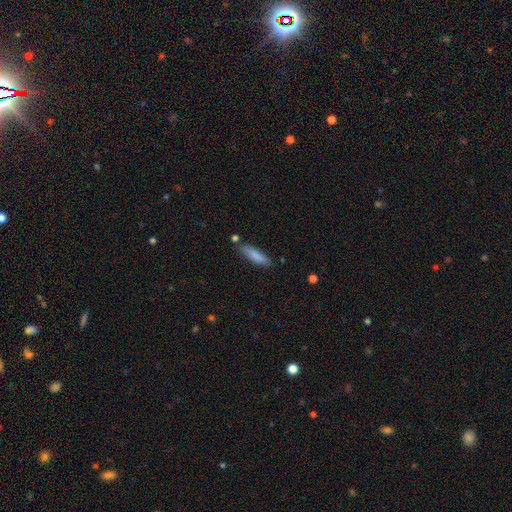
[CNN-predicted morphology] Smooth or featured: smooth — 84% (featured or disk — 10%)
How rounded: cigar-shaped — 71% (in between — 28%)
Merging: none — 78% (minor disturbance — 14%)